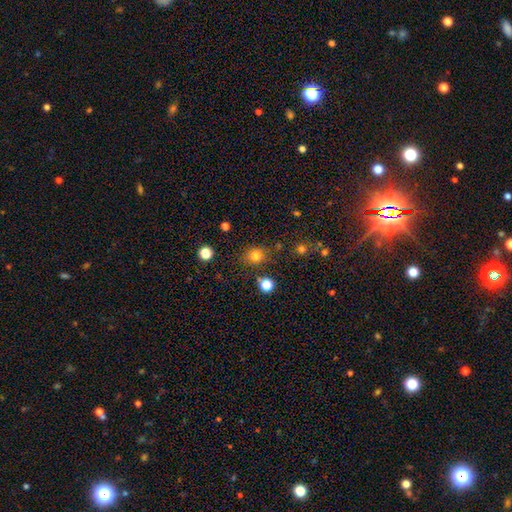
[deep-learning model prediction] A smooth galaxy with no disk features (79%) that is round (76%). Merging: none (81%).